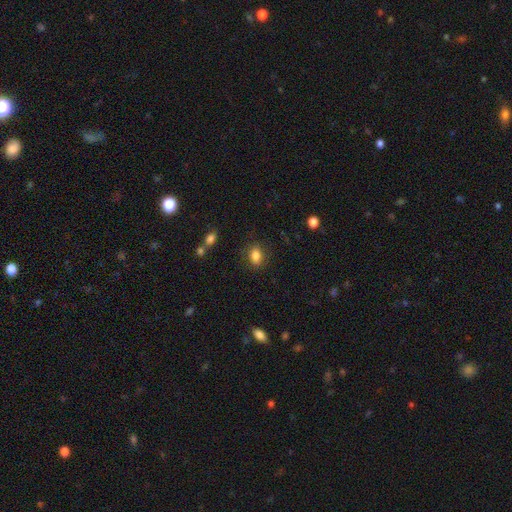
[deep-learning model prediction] smooth-or-featured: smooth: 83% | star or artifact: 9% | featured or disk: 8%
  how-rounded: in between: 74% | round: 24% | cigar-shaped: 2%
  merging: none: 82% | minor disturbance: 12% | major disturbance: 4% | merger: 2%